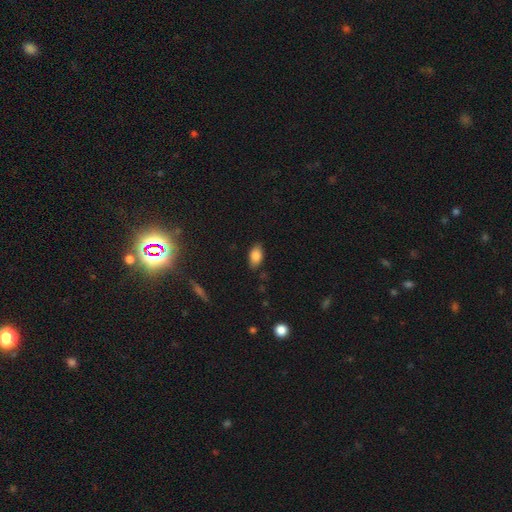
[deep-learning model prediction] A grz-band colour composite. It shows a smooth galaxy with no disk features (84%) that is in between round and cigar-shaped (90%). Merging: none (83%).